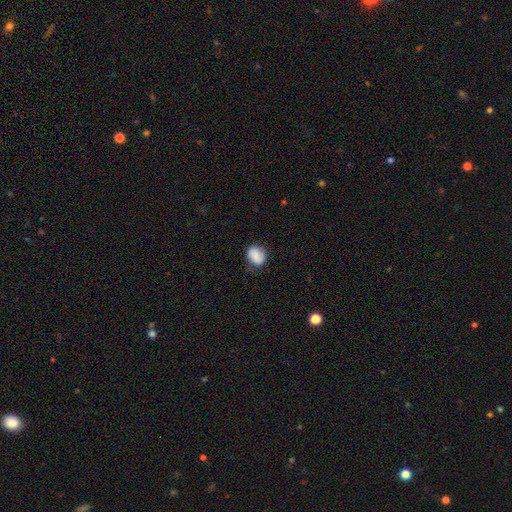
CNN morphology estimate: type=smooth (76%); roundness=round (58%); merging=none (72%).